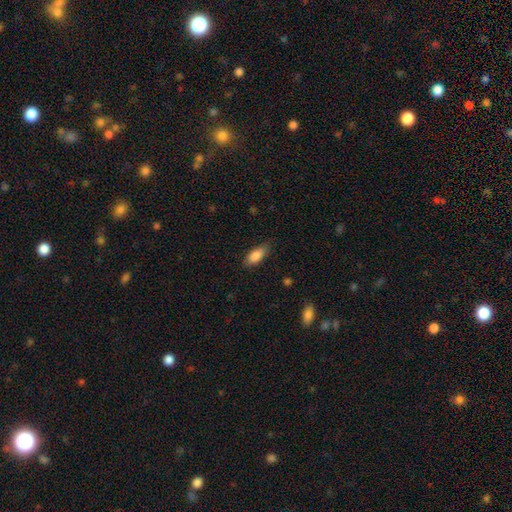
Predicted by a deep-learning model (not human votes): Morphology: type=smooth (84%); roundness=in between (79%); merging=none (79%).